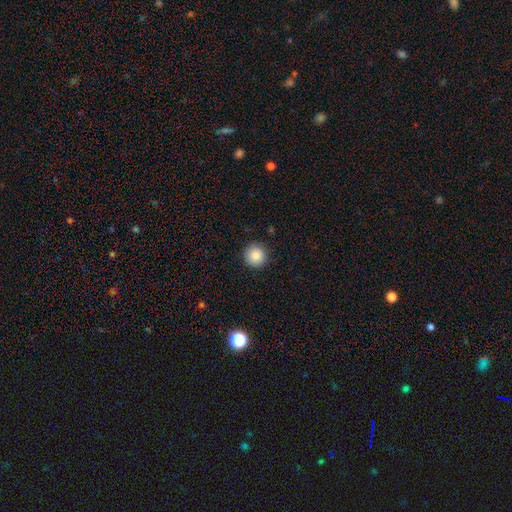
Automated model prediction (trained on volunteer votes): smooth-or-featured: smooth: 87% | star or artifact: 9% | featured or disk: 4%
  how-rounded: round: 95% | in between: 4% | cigar-shaped: 1%
  merging: none: 91% | minor disturbance: 6% | major disturbance: 2% | merger: 1%